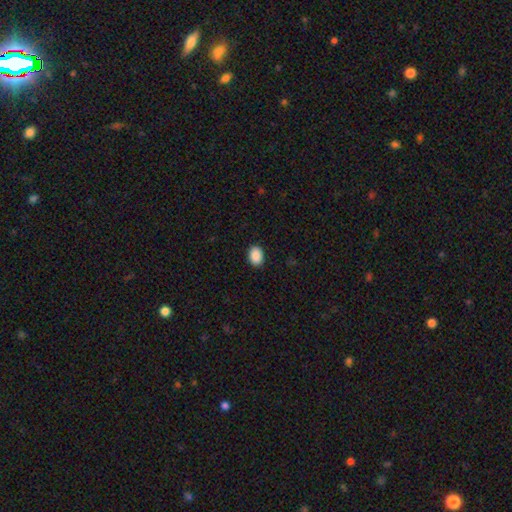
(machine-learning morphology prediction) smooth 90%, star or artifact 7%, featured or disk 2%. Down the decision tree: how rounded — in between (76%); merging — none (90%).